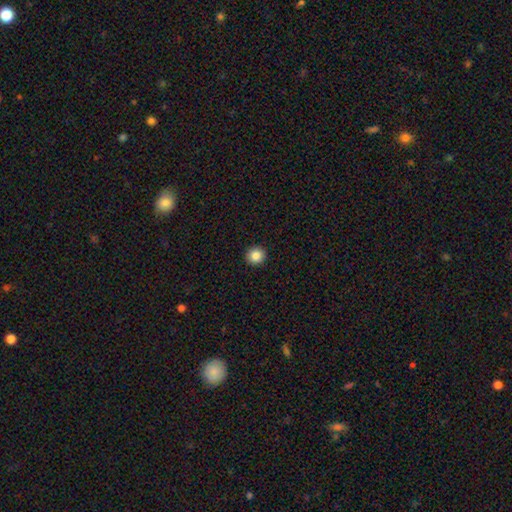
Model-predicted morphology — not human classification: type=smooth (85%); roundness=round (93%); merging=none (94%).